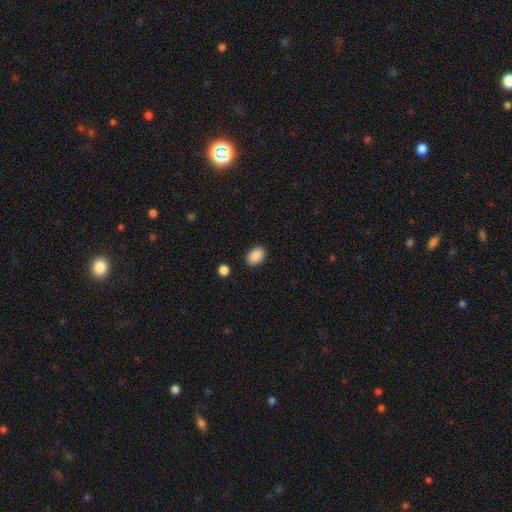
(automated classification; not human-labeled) Smooth or featured? smooth (89%)
How rounded? in between (80%)
Merging? none (88%)